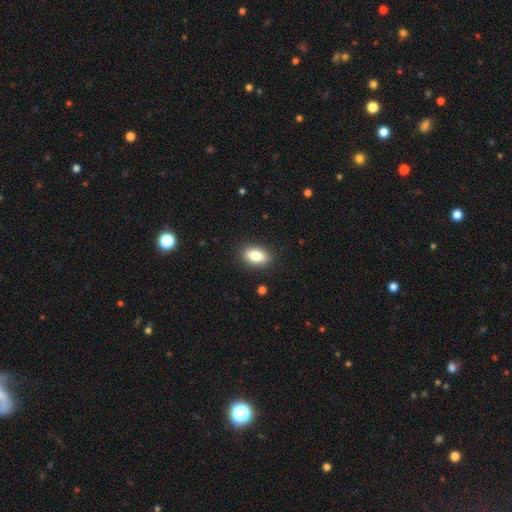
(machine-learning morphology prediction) Q: Smooth or featured?
A: smooth (82%); runner-up: featured or disk (10%)
Q: How rounded?
A: in between (87%); runner-up: round (8%)
Q: Merging?
A: none (88%); runner-up: minor disturbance (8%)